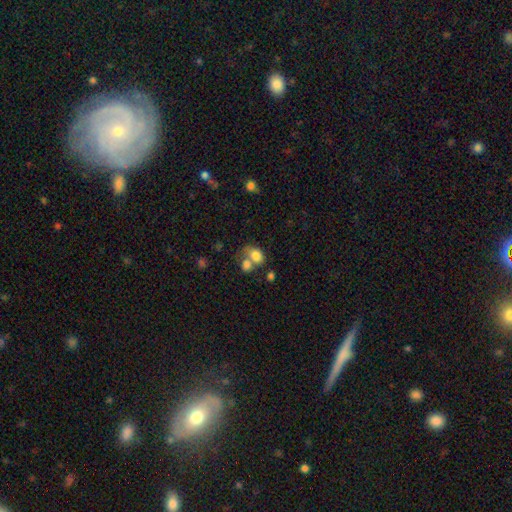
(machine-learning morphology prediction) Overall: smooth (77%). How rounded: in between (60%; round 39%). Merging: merger (54%; none 28%).